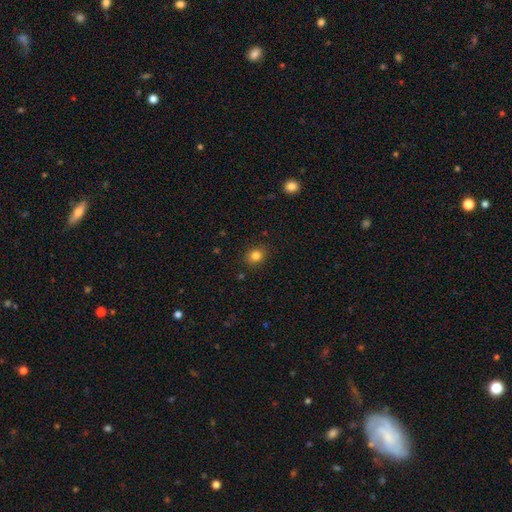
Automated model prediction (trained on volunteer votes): Overall: smooth (83%). How rounded: round (69%; in between 30%). Merging: none (88%).